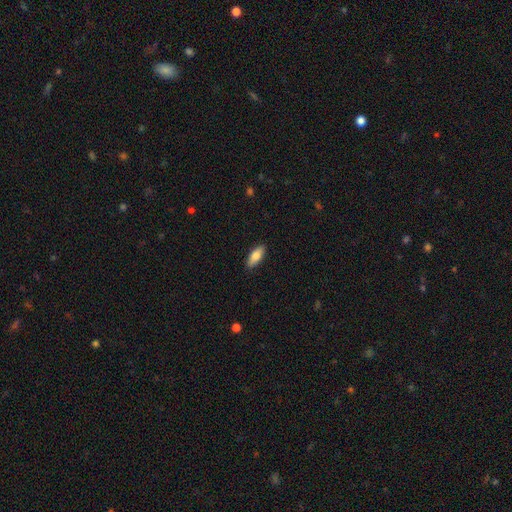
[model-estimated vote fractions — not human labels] Morphology: type=smooth (80%); roundness=in between (76%); merging=none (88%).